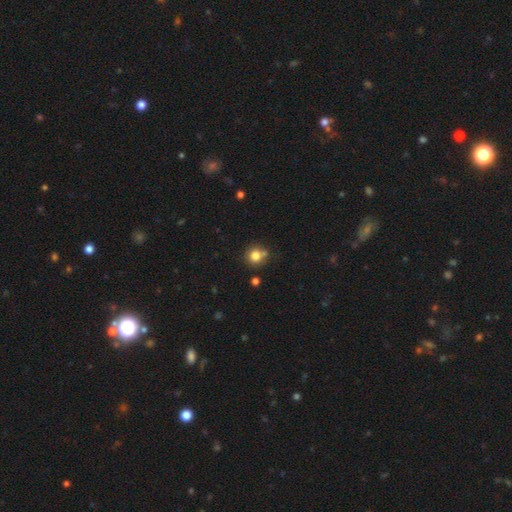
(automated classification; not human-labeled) This is clearly a smooth galaxy (80%). How rounded: clearly round (89%). Merging: likely none (67%).